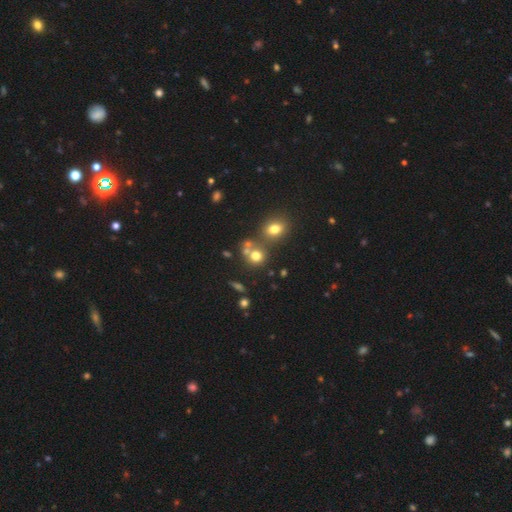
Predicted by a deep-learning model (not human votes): This is likely a smooth galaxy (70%). How rounded: clearly round (82%). Merging: possibly none (54%).